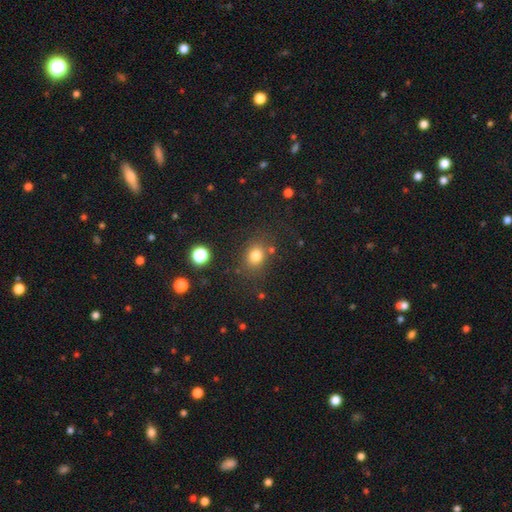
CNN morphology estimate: Overall: smooth (79%). How rounded: round (55%; in between 44%). Merging: none (77%).